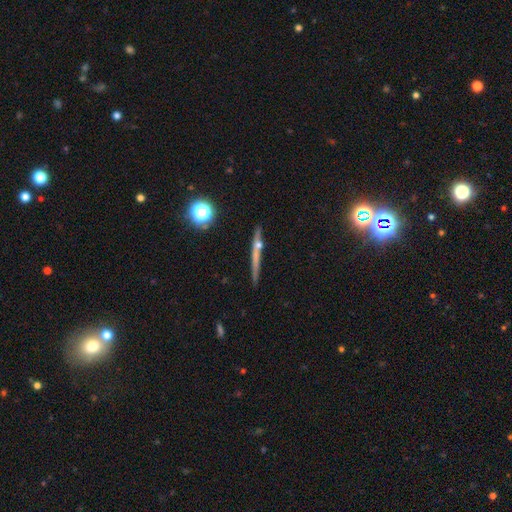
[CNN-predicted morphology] Q: Smooth or featured?
A: featured or disk (52%); runner-up: smooth (34%)
Q: Edge-on disk?
A: yes (94%); runner-up: no (6%)
Q: Merging?
A: none (81%); runner-up: minor disturbance (11%)